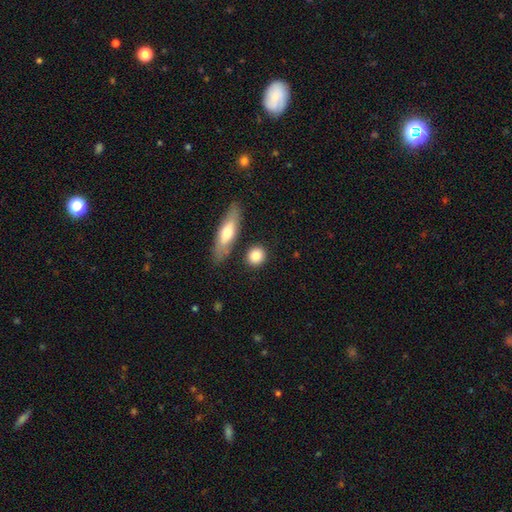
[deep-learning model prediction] Smooth or featured: smooth — 82% (featured or disk — 11%)
How rounded: round — 72% (in between — 22%)
Merging: none — 80% (minor disturbance — 10%)